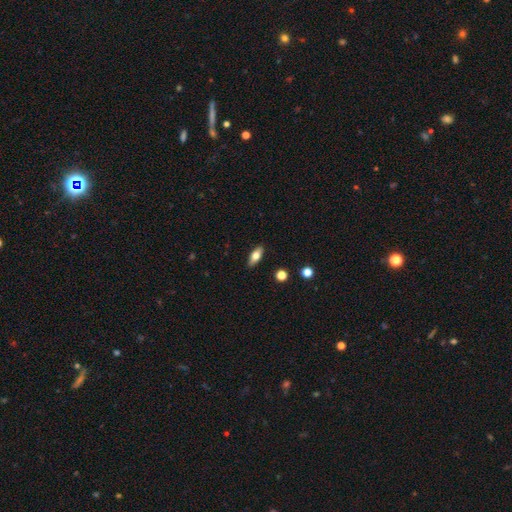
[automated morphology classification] smooth_or_featured: smooth (p=0.70) [alt: featured or disk p=0.23]
how_rounded: in between (p=0.81) [alt: cigar-shaped p=0.16]
merging: none (p=0.89) [alt: minor disturbance p=0.08]